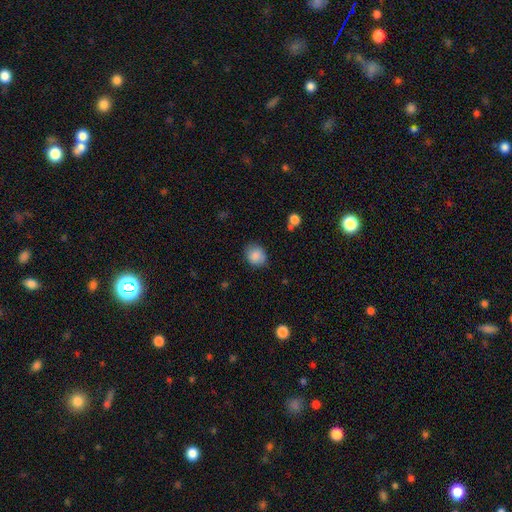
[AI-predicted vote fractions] Smooth or featured? smooth (86%)
How rounded? round (68%)
Merging? none (81%)